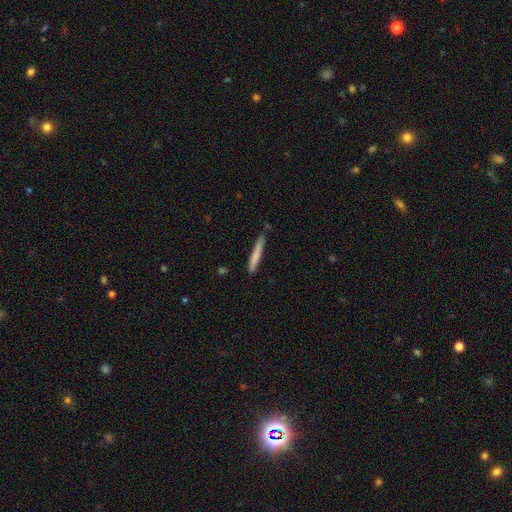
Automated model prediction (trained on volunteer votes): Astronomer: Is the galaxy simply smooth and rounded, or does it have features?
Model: smooth — 75%.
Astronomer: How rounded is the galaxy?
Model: cigar-shaped — 96%.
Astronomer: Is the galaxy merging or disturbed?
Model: none — 79%.